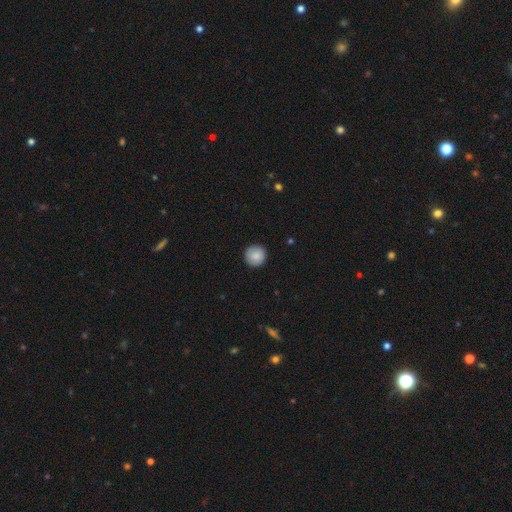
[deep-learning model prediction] This is clearly a smooth galaxy (87%). How rounded: clearly round (96%). Merging: clearly none (92%).